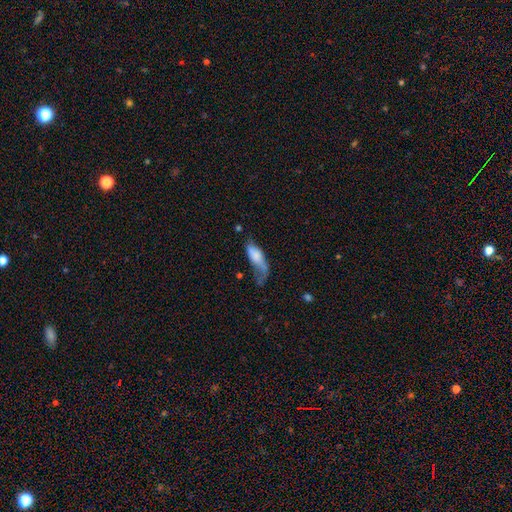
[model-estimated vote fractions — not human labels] Smooth or featured? Predicted: smooth (p=0.65). How rounded? Predicted: in between (p=0.73). Merging? Predicted: major disturbance (p=0.47).